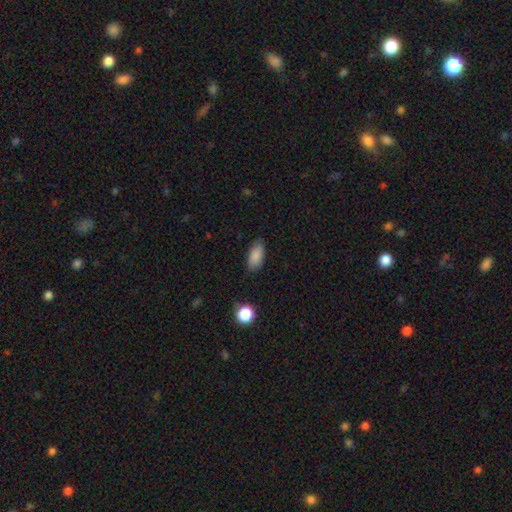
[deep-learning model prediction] Morphology: type=smooth (87%); roundness=in between (88%); merging=none (82%).